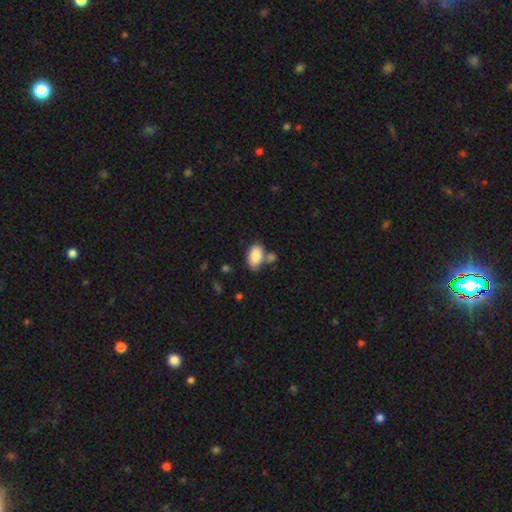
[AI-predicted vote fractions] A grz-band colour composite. It shows a smooth galaxy with no disk features (86%) that is in between round and cigar-shaped (92%). Merging: none (55%).